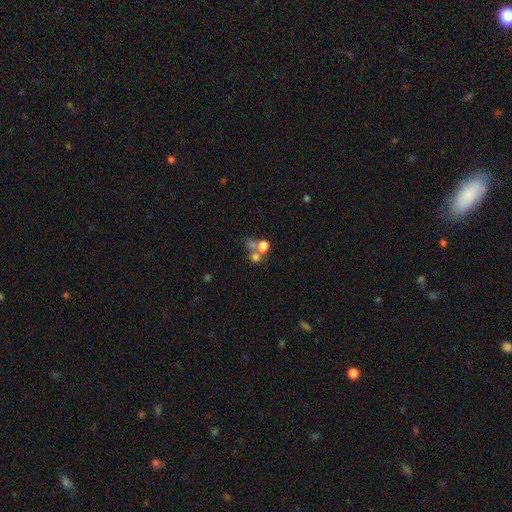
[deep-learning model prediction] A smooth galaxy with no disk features (63%) that is round (75%).

Vote fractions:
- Smooth or featured? smooth: 63% / featured or disk: 20% / star or artifact: 17%
- How rounded? round: 75% / in between: 24% / cigar-shaped: 1%
- Merging? merger: 52% / none: 34% / minor disturbance: 7% / major disturbance: 7%